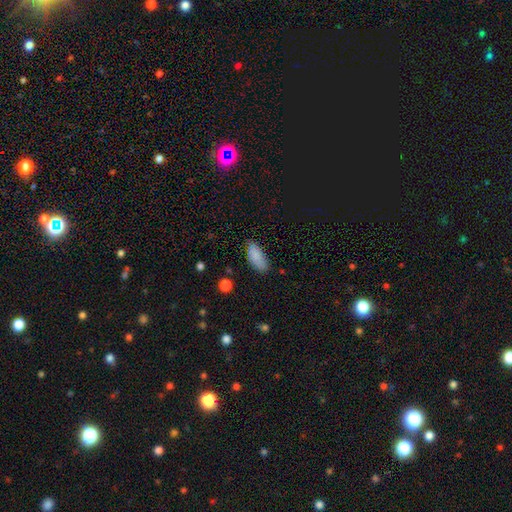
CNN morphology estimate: Q: Smooth or featured?
A: smooth (86%); runner-up: star or artifact (7%)
Q: How rounded?
A: in between (86%); runner-up: cigar-shaped (12%)
Q: Merging?
A: none (77%); runner-up: minor disturbance (18%)